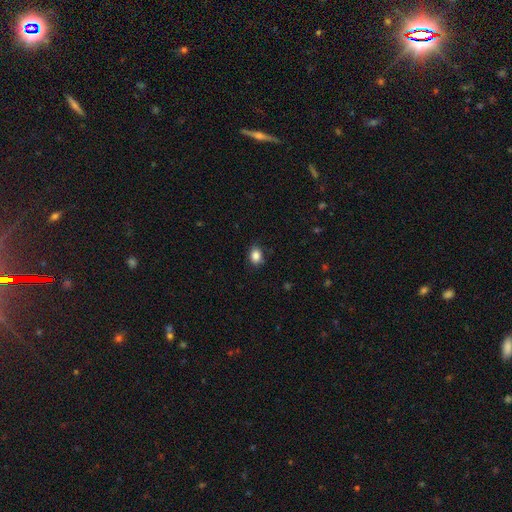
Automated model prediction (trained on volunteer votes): Smooth or featured? smooth (86%)
How rounded? in between (62%)
Merging? none (83%)